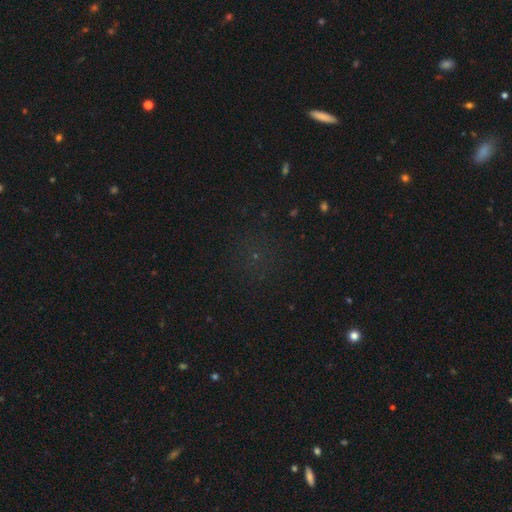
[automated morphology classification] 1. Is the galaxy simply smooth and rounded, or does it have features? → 51% star or artifact, 36% smooth, 12% featured or disk.